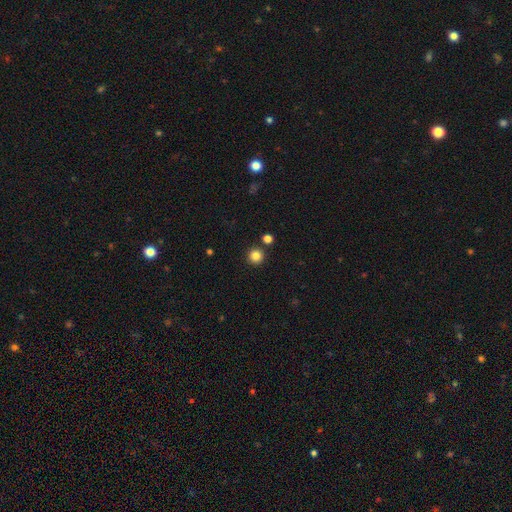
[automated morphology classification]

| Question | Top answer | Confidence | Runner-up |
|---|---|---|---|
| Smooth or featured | smooth | 84% | star or artifact (12%) |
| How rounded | round | 95% | in between (4%) |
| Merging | none | 87% | minor disturbance (6%) |